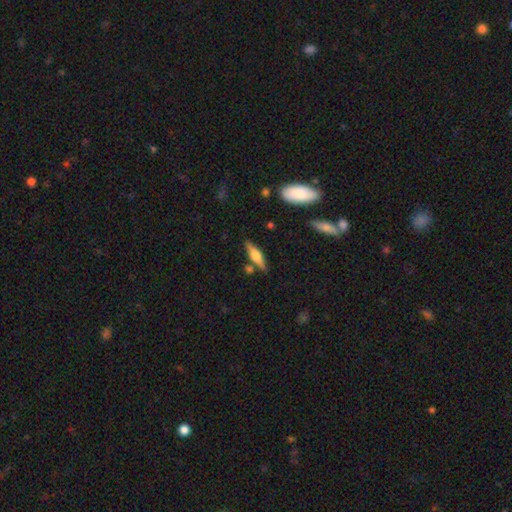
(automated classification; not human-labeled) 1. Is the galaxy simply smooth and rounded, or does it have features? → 56% featured or disk, 38% smooth, 7% star or artifact.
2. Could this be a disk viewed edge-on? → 95% yes, 5% no.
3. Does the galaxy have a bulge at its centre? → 86% rounded, 11% boxy, 3% none.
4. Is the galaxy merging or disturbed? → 81% none, 11% minor disturbance, 6% merger, 3% major disturbance.